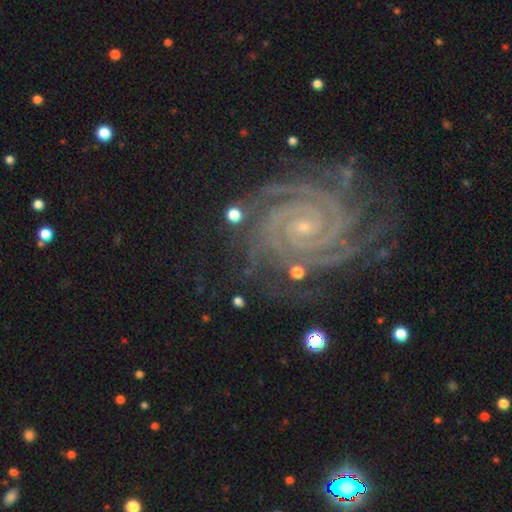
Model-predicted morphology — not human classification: Overall: featured or disk (92%). Edge-on disk: no (98%). Bar: no (63%; weak 23%). Spiral arms: yes (99%). Spiral arm count: 2 (29%; 3 21%). Spiral winding: tight (86%). Bulge size: small (84%). Merging: none (74%).